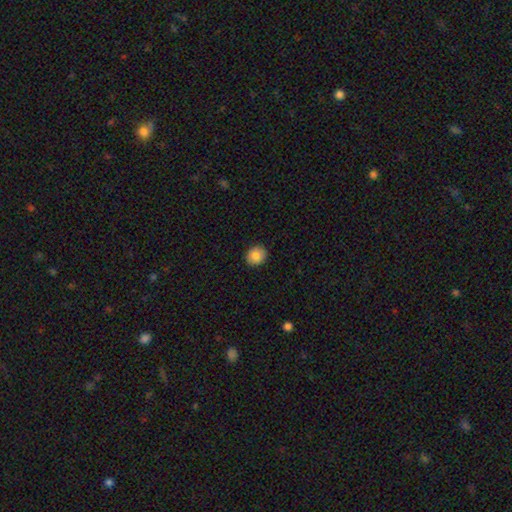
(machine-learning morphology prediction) smooth 83%, featured or disk 9%, star or artifact 8%. Down the decision tree: how rounded — round (77%); merging — none (90%).